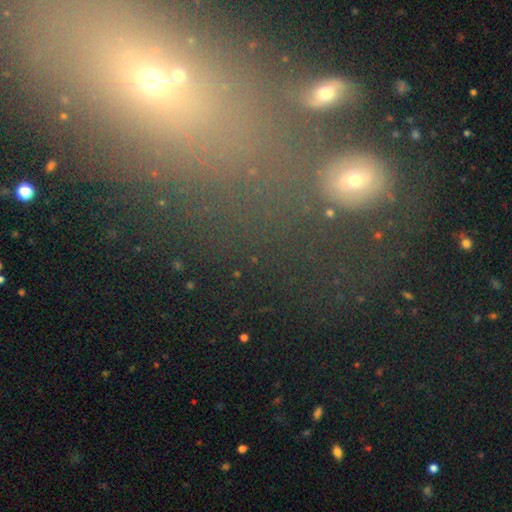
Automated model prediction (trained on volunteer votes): A smooth galaxy with no disk features (44%).

Vote fractions:
- Smooth or featured? smooth: 44% / star or artifact: 39% / featured or disk: 17%
- Merging? none: 56% / merger: 17% / minor disturbance: 14% / major disturbance: 12%